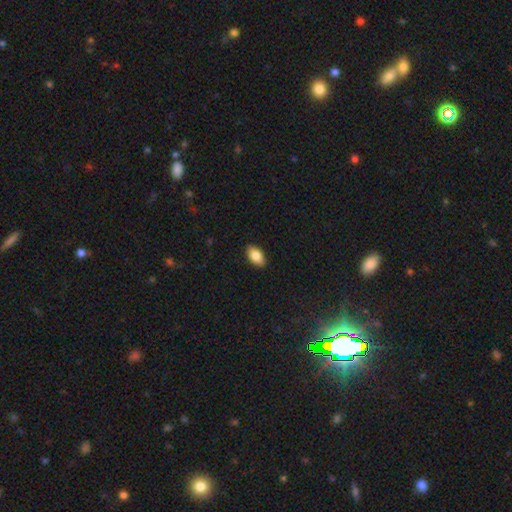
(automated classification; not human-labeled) Smooth or featured? smooth (85%)
How rounded? in between (93%)
Merging? none (90%)